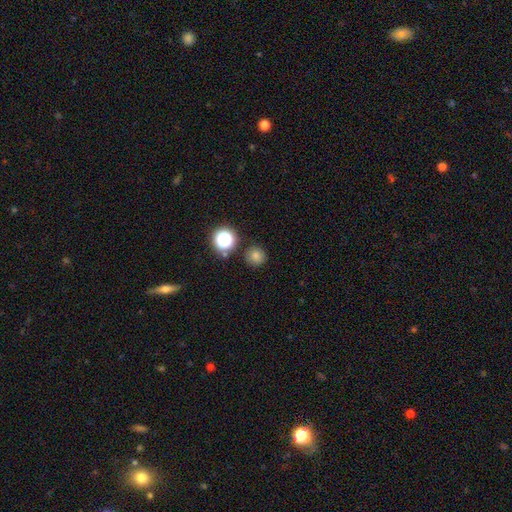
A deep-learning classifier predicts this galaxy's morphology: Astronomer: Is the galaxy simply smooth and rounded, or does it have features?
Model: smooth — 68%.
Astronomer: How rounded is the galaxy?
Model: round — 93%.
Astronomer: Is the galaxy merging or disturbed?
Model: none — 86%.